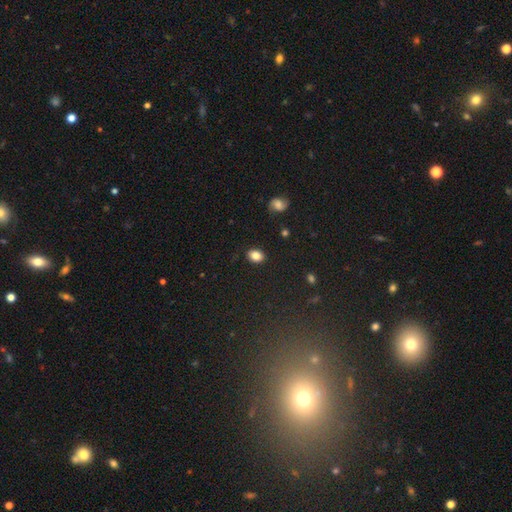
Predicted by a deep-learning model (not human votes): A smooth galaxy with no disk features (85%) that is in between round and cigar-shaped (71%).

Vote fractions:
- Smooth or featured? smooth: 85% / star or artifact: 9% / featured or disk: 6%
- How rounded? in between: 71% / round: 28% / cigar-shaped: 1%
- Merging? none: 86% / minor disturbance: 10% / major disturbance: 2% / merger: 1%